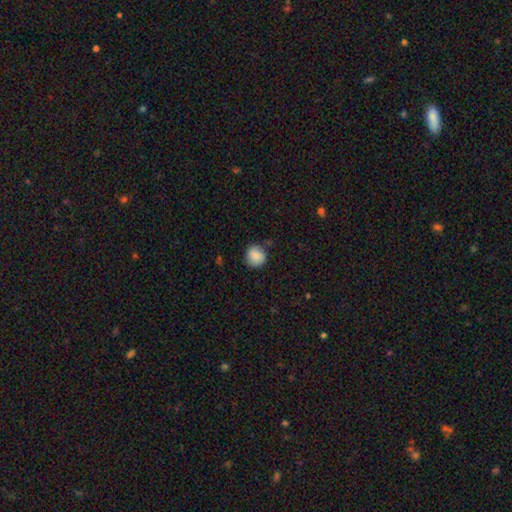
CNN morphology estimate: smooth-or-featured: smooth: 86% | star or artifact: 8% | featured or disk: 6%
  how-rounded: round: 88% | in between: 11% | cigar-shaped: 1%
  merging: none: 80% | minor disturbance: 15% | major disturbance: 3% | merger: 2%